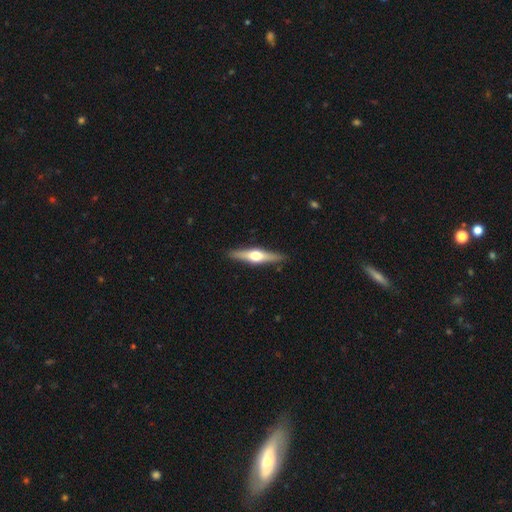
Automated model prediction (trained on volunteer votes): Smooth or featured? featured or disk (68%)
Edge-on disk? yes (97%)
Edge-on bulge? rounded (95%)
Merging? none (90%)